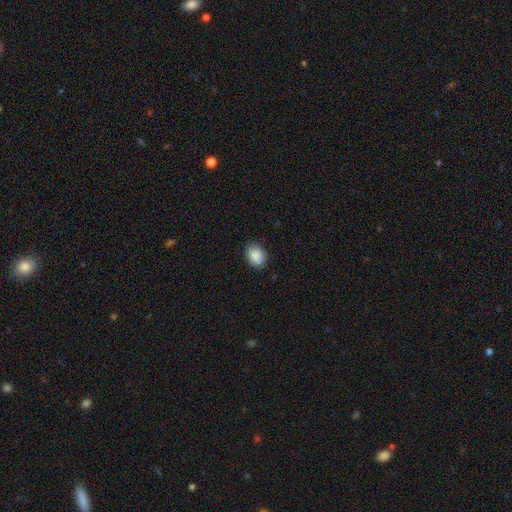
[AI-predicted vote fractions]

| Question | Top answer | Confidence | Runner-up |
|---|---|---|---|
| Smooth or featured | smooth | 88% | star or artifact (8%) |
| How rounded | in between | 58% | round (41%) |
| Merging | none | 83% | minor disturbance (13%) |